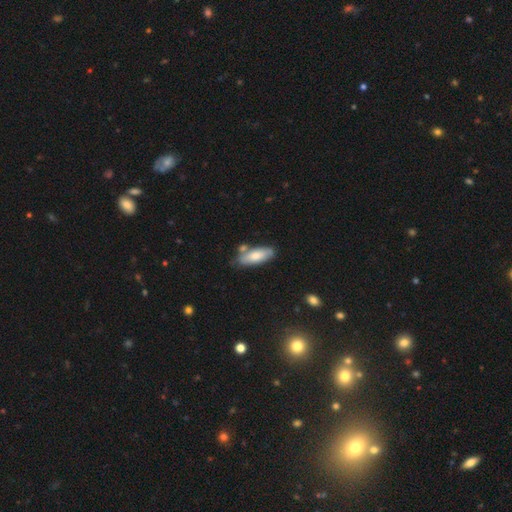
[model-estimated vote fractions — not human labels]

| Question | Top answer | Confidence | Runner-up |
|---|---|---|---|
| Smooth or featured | smooth | 73% | featured or disk (21%) |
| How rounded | in between | 72% | cigar-shaped (26%) |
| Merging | none | 68% | minor disturbance (17%) |